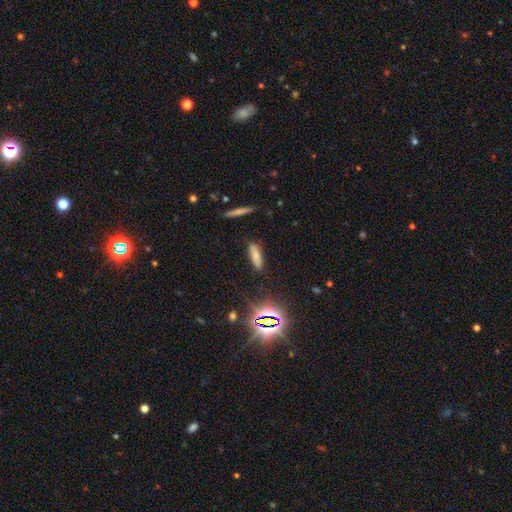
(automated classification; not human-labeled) Overall: smooth (69%). How rounded: cigar-shaped (57%; in between 40%). Merging: none (84%).